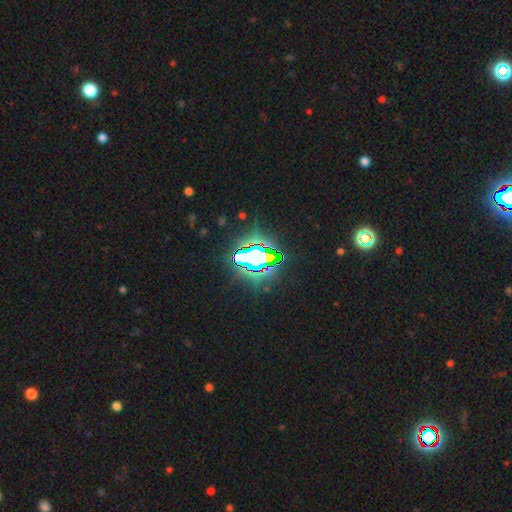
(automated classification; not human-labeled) Smooth or featured?
  - star or artifact: 85% *
  - smooth: 9%
  - featured or disk: 7%